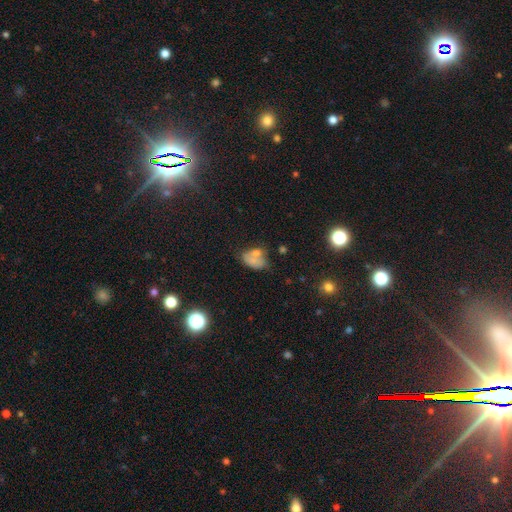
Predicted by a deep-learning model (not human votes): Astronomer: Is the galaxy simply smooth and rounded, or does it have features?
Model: smooth — 65%.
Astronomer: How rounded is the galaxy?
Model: in between — 82%.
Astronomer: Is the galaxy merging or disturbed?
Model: none — 36% (runner-up: merger, 31%).